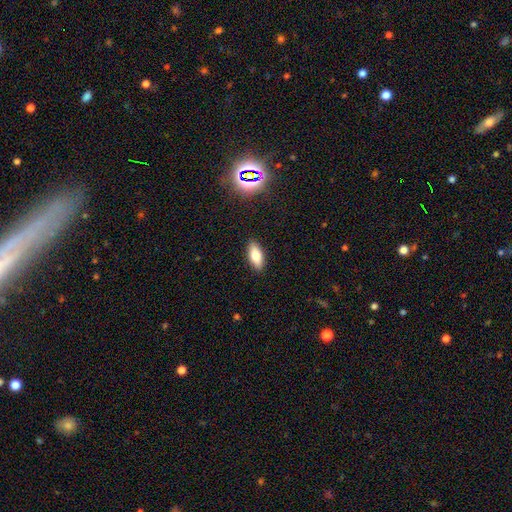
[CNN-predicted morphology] A smooth galaxy with no disk features (76%) that is in between round and cigar-shaped (80%).

Vote fractions:
- Smooth or featured? smooth: 76% / featured or disk: 15% / star or artifact: 9%
- How rounded? in between: 80% / cigar-shaped: 17% / round: 3%
- Merging? none: 89% / minor disturbance: 8% / major disturbance: 2% / merger: 1%